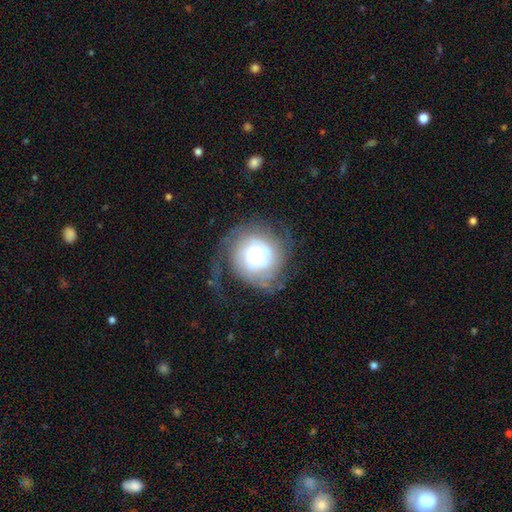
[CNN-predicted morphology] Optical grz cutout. It shows a featured or disk galaxy (65%) with no bar (80%), tight (54%) spiral arms (82%) and a small central bulge (35%). Merging: none (50%).